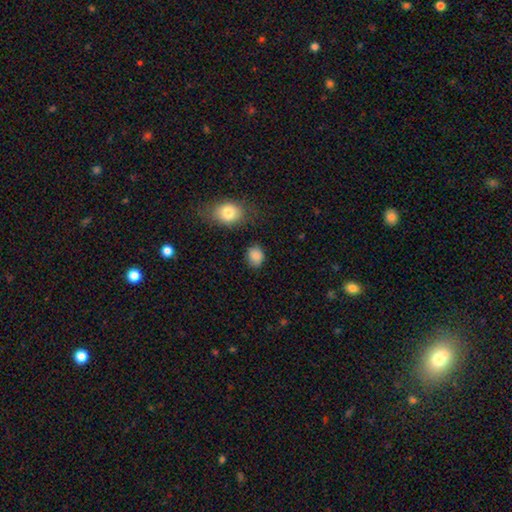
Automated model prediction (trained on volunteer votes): Morphology: type=smooth (87%); roundness=round (50%); merging=none (79%).